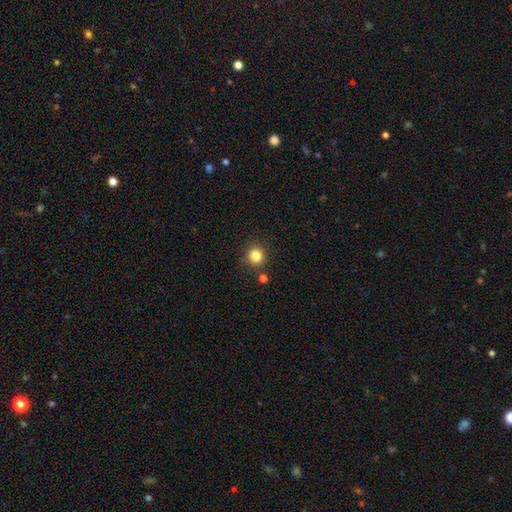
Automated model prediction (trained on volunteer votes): This appears to be a smooth galaxy with no disk features (83%) that is round (93%). Merging: none (85%).